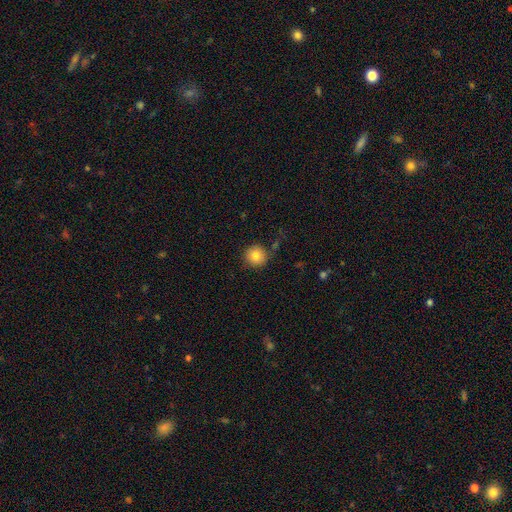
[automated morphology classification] Smooth or featured?
  - smooth: 82% *
  - star or artifact: 10%
  - featured or disk: 8%
How rounded?
  - round: 95% *
  - in between: 4%
  - cigar-shaped: 1%
Merging?
  - none: 83% *
  - minor disturbance: 10%
  - merger: 4%
  - major disturbance: 3%